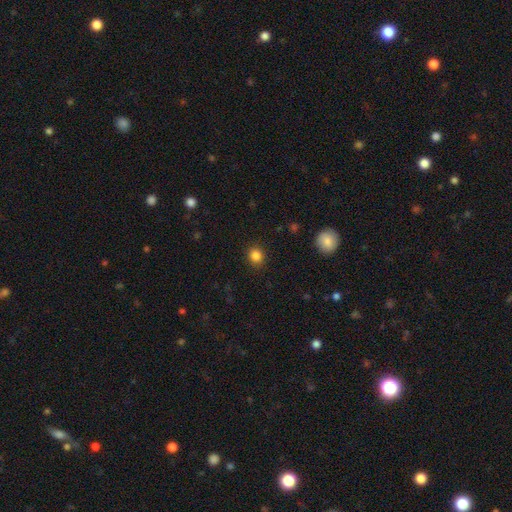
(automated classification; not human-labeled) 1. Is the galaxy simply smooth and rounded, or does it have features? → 85% smooth, 11% star or artifact, 4% featured or disk.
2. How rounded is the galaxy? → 80% round, 19% in between, 1% cigar-shaped.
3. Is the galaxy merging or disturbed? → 90% none, 6% minor disturbance, 2% major disturbance, 1% merger.